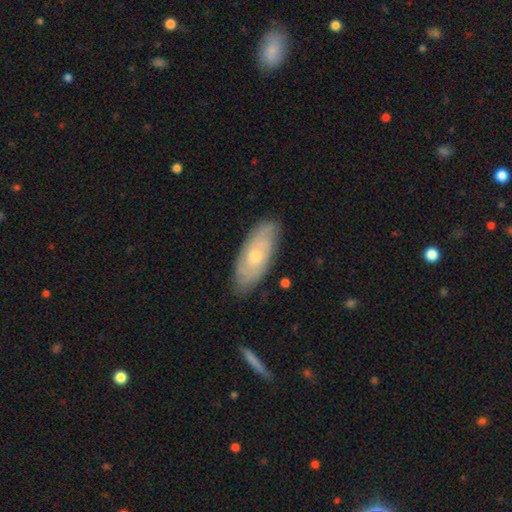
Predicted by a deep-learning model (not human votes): A featured or disk galaxy (59%) with no bar (78%), spiral arms (82%) and a small central bulge (49%).

Vote fractions:
- Smooth or featured? featured or disk: 59% / smooth: 35% / star or artifact: 6%
- Edge-on disk? no: 87% / yes: 13%
- Bar? no: 78% / weak: 20% / strong: 3%
- Spiral arms? yes: 82% / no: 18%
- Bulge size? small: 49% / moderate: 47% / large: 2% / none: 2% / dominant: 1%
- Merging? none: 79% / minor disturbance: 16% / major disturbance: 3% / merger: 1%